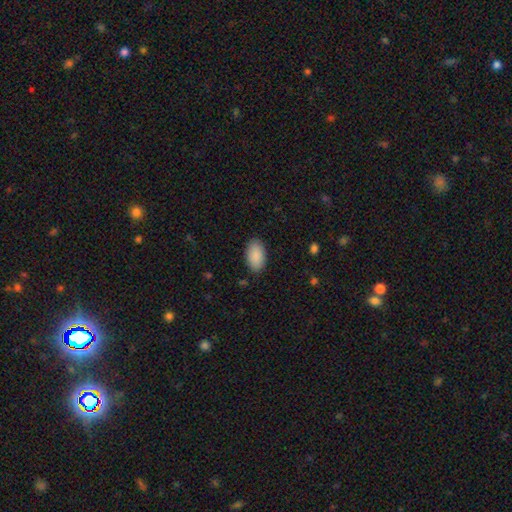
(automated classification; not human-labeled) Smooth or featured: smooth — 90% (star or artifact — 6%)
How rounded: in between — 95% (round — 3%)
Merging: none — 87% (minor disturbance — 10%)